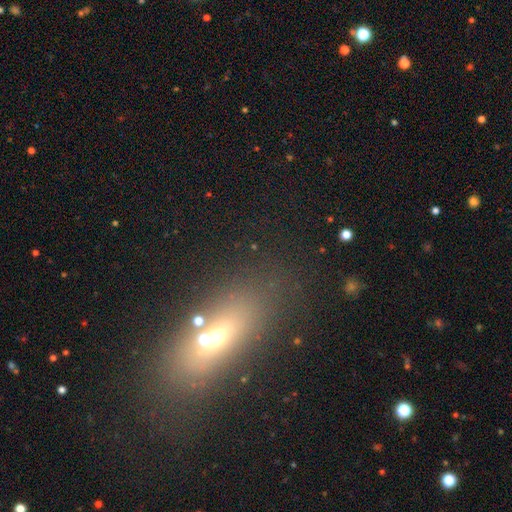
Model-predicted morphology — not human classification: The model was most divided on "smooth or featured": smooth: 51%, star or artifact: 27%, featured or disk: 23%. More confident: merging — none (72%); how rounded — in between (63%).